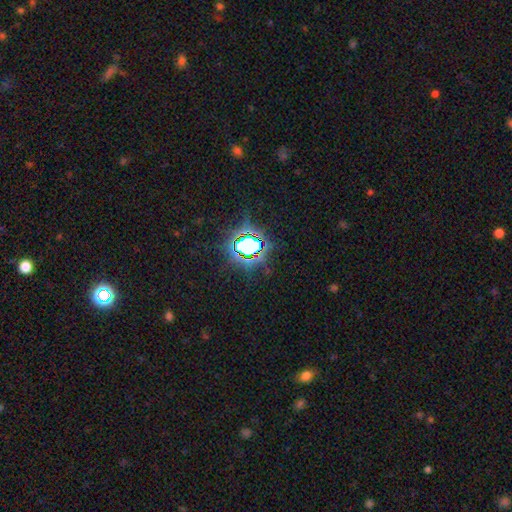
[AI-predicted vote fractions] This appears to be a star or artifact, not a galaxy (80%).